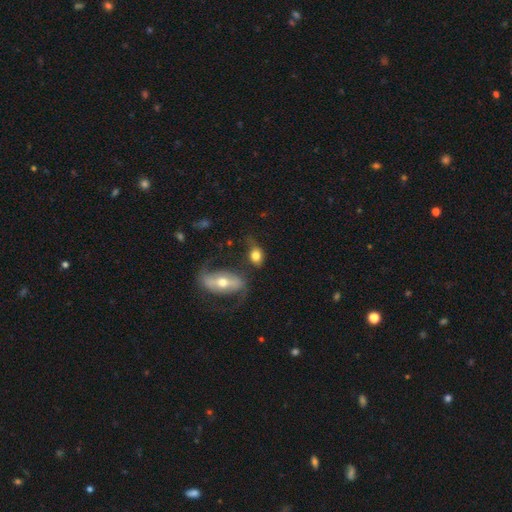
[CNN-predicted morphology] The model was most divided on "merging": none: 53%, minor disturbance: 21%, merger: 14%, major disturbance: 13%. More confident: how rounded — in between (73%); smooth or featured — smooth (65%).